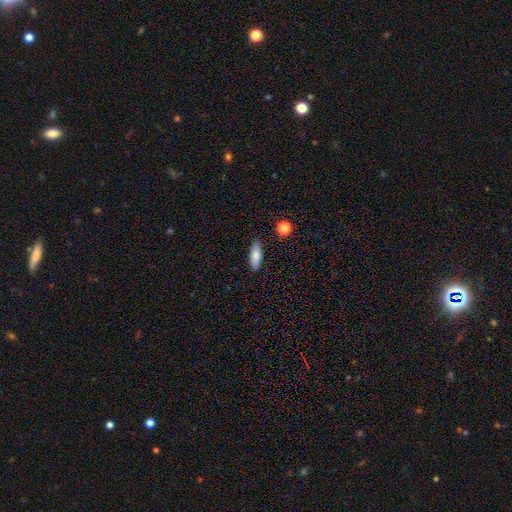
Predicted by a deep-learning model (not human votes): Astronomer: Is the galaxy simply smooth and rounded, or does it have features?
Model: smooth — 81%.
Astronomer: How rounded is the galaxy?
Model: in between — 71%.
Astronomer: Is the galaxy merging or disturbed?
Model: none — 86%.